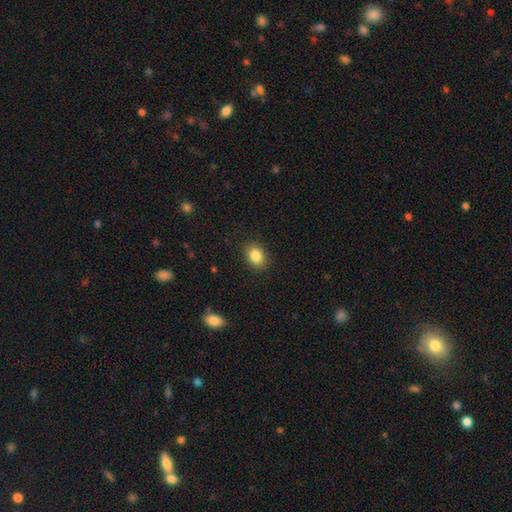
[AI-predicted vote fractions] A smooth galaxy with no disk features (86%) that is in between round and cigar-shaped (73%).

Vote fractions:
- Smooth or featured? smooth: 86% / star or artifact: 9% / featured or disk: 5%
- How rounded? in between: 73% / round: 25% / cigar-shaped: 1%
- Merging? none: 87% / minor disturbance: 9% / major disturbance: 3% / merger: 1%